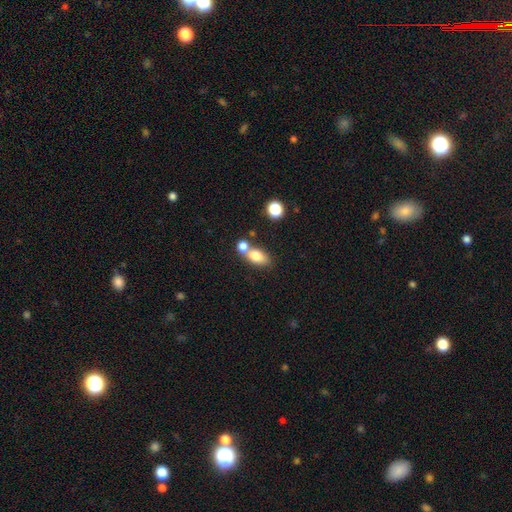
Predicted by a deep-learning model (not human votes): Overall: smooth (77%). How rounded: in between (79%). Merging: merger (46%; none 39%).